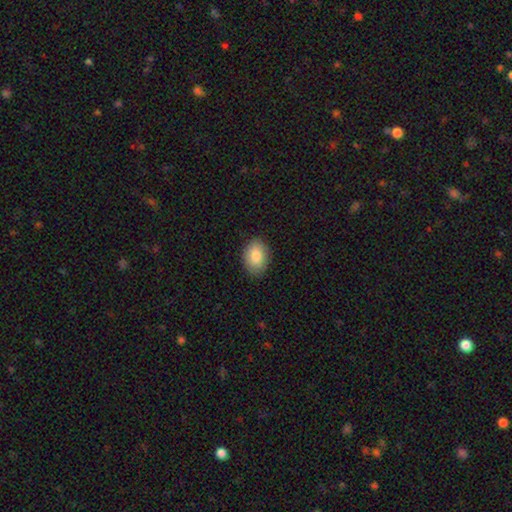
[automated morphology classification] smooth 85%, featured or disk 8%, star or artifact 7%. Down the decision tree: how rounded — in between (79%); merging — none (86%).